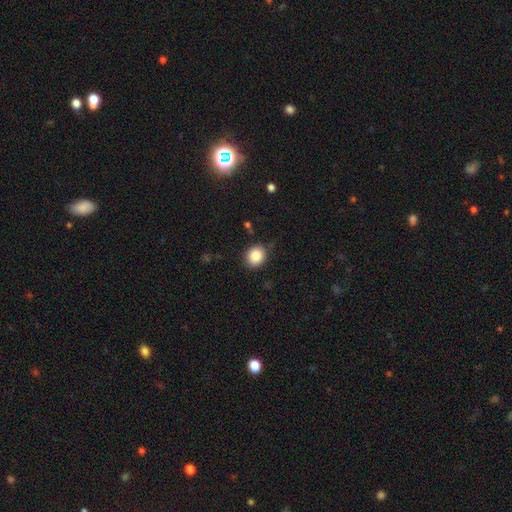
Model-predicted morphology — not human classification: type=smooth (86%); roundness=round (72%); merging=none (87%).